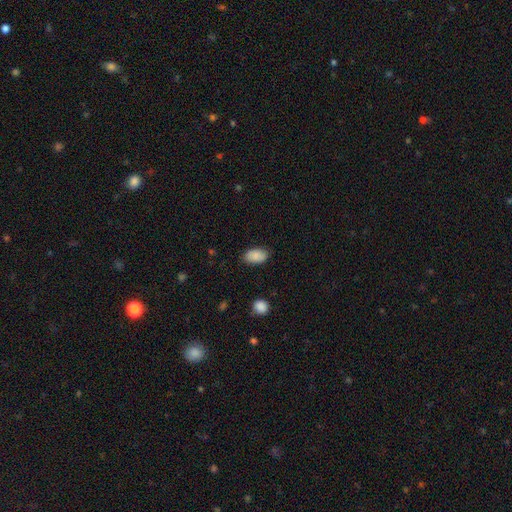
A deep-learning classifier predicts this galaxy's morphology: The model was most divided on "merging": none: 83%, minor disturbance: 13%, major disturbance: 3%, merger: 1%. More confident: how rounded — in between (93%); smooth or featured — smooth (87%).